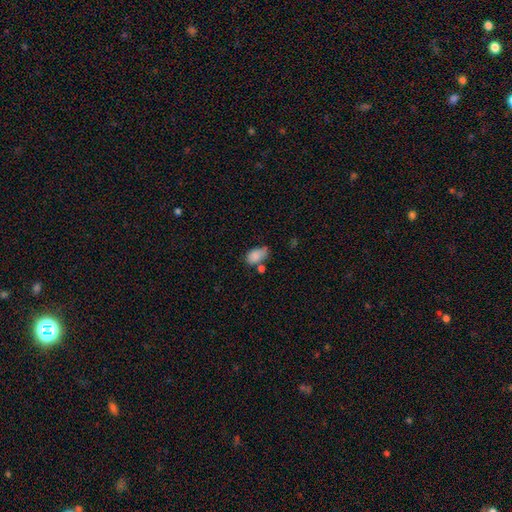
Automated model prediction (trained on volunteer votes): This appears to be a smooth galaxy with no disk features (83%) that is in between round and cigar-shaped (89%). Merging: none (44%).